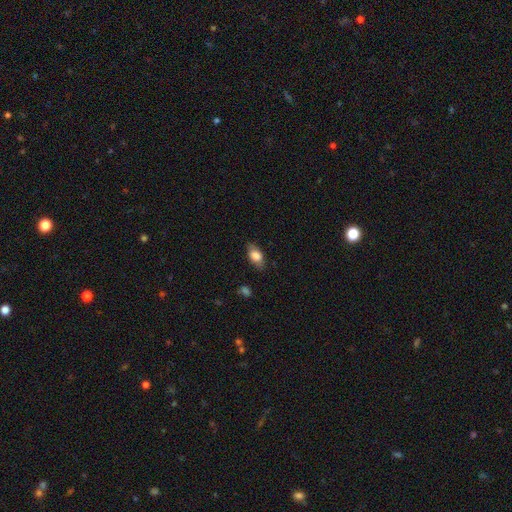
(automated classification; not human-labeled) Smooth or featured? smooth (79%)
How rounded? in between (88%)
Merging? none (79%)